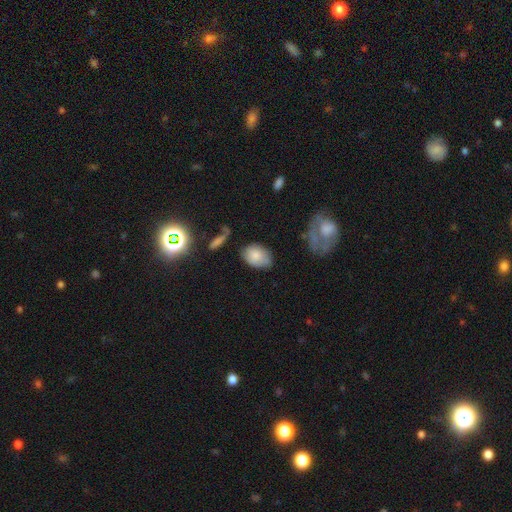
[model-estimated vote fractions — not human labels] A smooth galaxy with no disk features (78%) that is in between round and cigar-shaped (83%). Merging: none (65%).